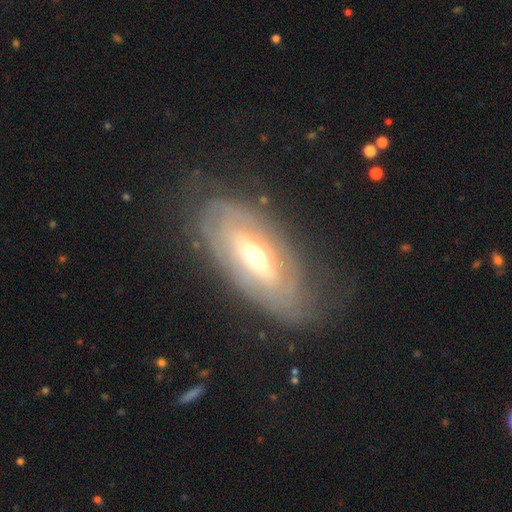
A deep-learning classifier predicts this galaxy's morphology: Smooth or featured: featured or disk — 71% (smooth — 23%)
Edge-on disk: no — 81% (yes — 19%)
Bar: no — 47% (weak — 35%)
Spiral arms: yes — 56% (no — 44%)
Bulge size: moderate — 67% (small — 20%)
Merging: none — 70% (minor disturbance — 19%)